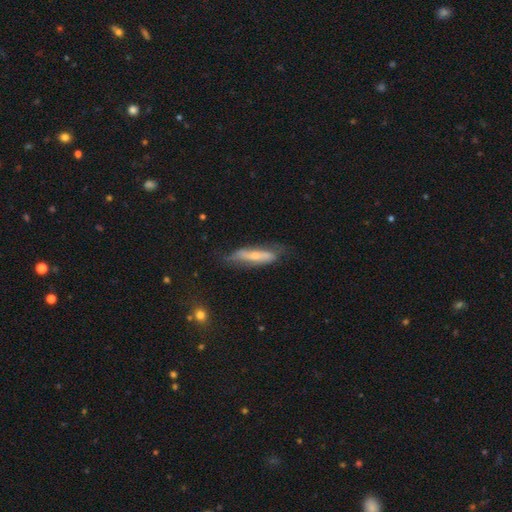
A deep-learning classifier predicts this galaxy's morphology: This appears to be a featured or disk galaxy (57%) viewed edge-on (51%). Merging: none (61%).